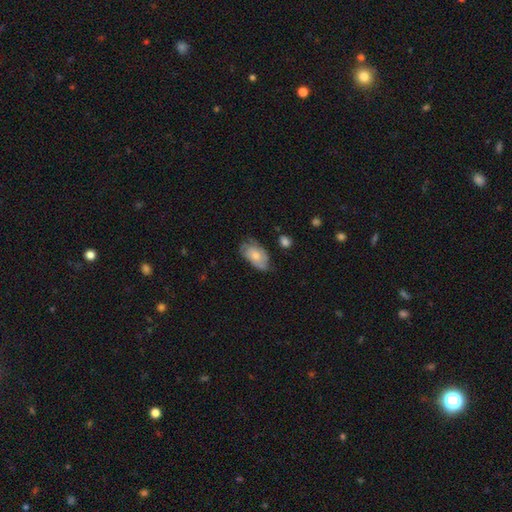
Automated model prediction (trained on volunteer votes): Morphology: type=smooth (53%); roundness=in between (91%); merging=none (57%).